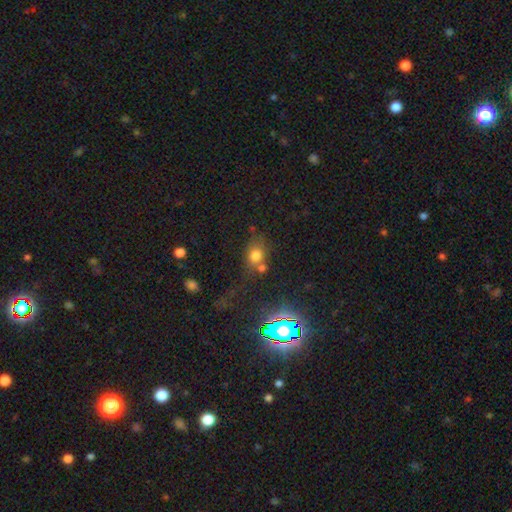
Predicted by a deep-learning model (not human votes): Smooth or featured? Predicted: smooth (p=0.70). How rounded? Predicted: round (p=0.61). Merging? Predicted: none (p=0.53).